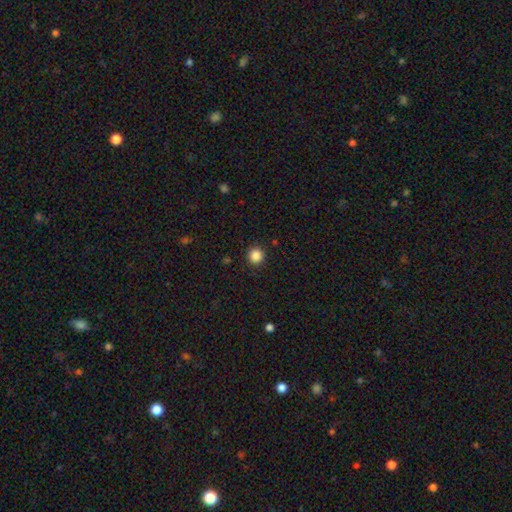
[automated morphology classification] The model was most divided on "smooth or featured": smooth: 86%, star or artifact: 11%, featured or disk: 3%. More confident: how rounded — round (93%); merging — none (92%).